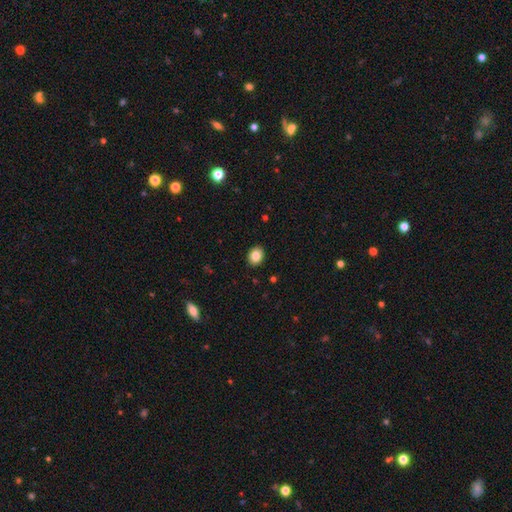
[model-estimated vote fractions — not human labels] This appears to be a smooth galaxy with no disk features (85%) that is round (50%, tied with in between). Merging: none (91%).